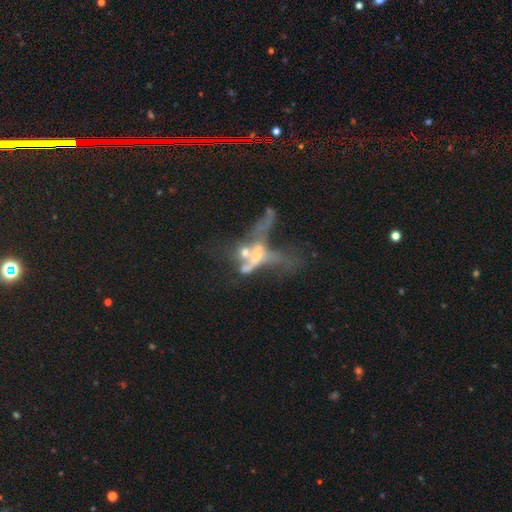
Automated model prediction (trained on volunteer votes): This appears to be a featured or disk galaxy (59%). Merging: merger (60%).